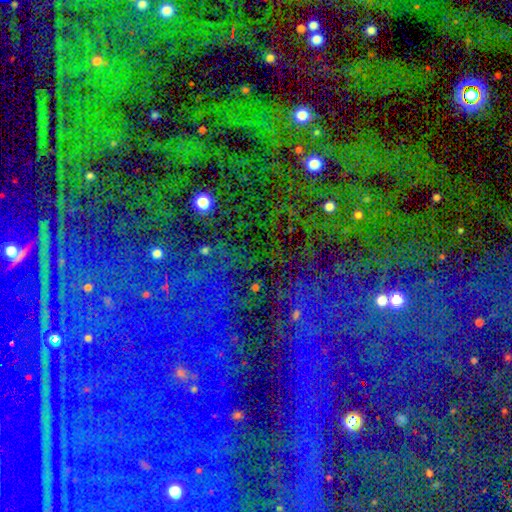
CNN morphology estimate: type=star or artifact (82%).